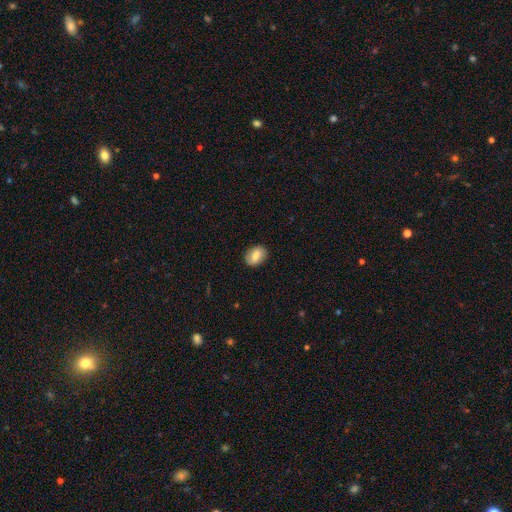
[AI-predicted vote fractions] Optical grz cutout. It shows a smooth galaxy with no disk features (74%) that is in between round and cigar-shaped (74%). Merging: none (85%).